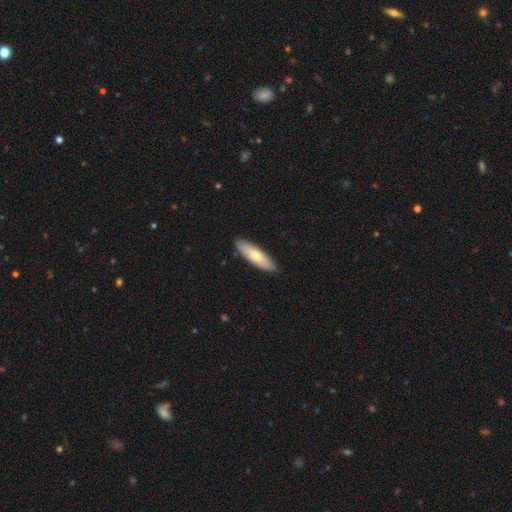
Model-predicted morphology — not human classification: Q: Smooth or featured?
A: smooth (68%); runner-up: featured or disk (27%)
Q: How rounded?
A: cigar-shaped (51%); runner-up: in between (47%)
Q: Merging?
A: none (88%); runner-up: minor disturbance (9%)